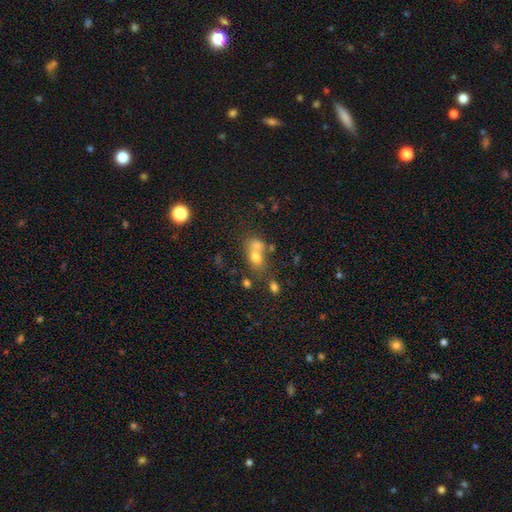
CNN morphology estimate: type=smooth (63%); roundness=round (51%); merging=merger (58%).